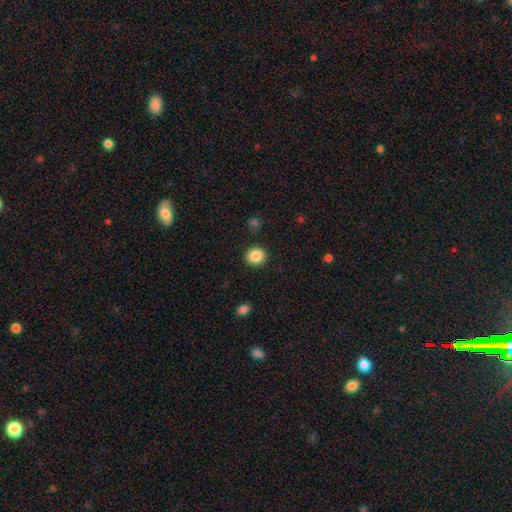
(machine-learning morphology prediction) Smooth or featured: smooth — 87% (star or artifact — 9%)
How rounded: round — 87% (in between — 12%)
Merging: none — 91% (minor disturbance — 6%)